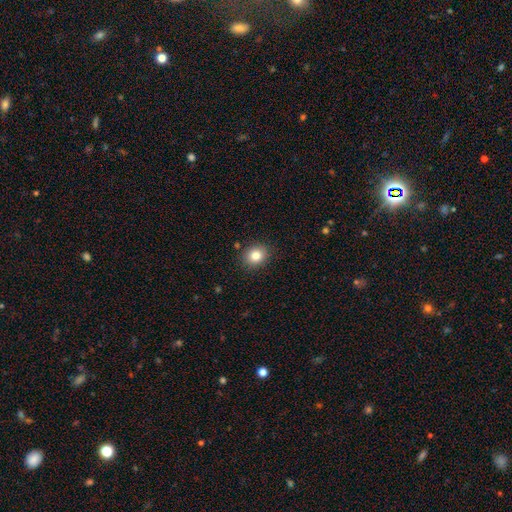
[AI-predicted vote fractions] Q: Smooth or featured?
A: smooth (82%); runner-up: star or artifact (10%)
Q: How rounded?
A: round (65%); runner-up: in between (34%)
Q: Merging?
A: none (88%); runner-up: minor disturbance (8%)